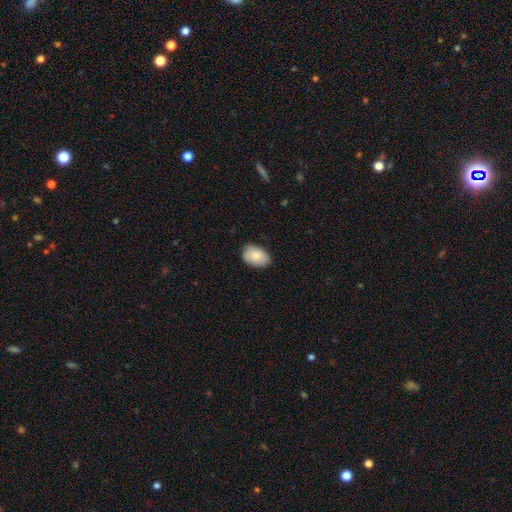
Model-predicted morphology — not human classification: Q: Smooth or featured?
A: smooth (84%); runner-up: featured or disk (10%)
Q: How rounded?
A: in between (85%); runner-up: round (14%)
Q: Merging?
A: none (83%); runner-up: minor disturbance (14%)